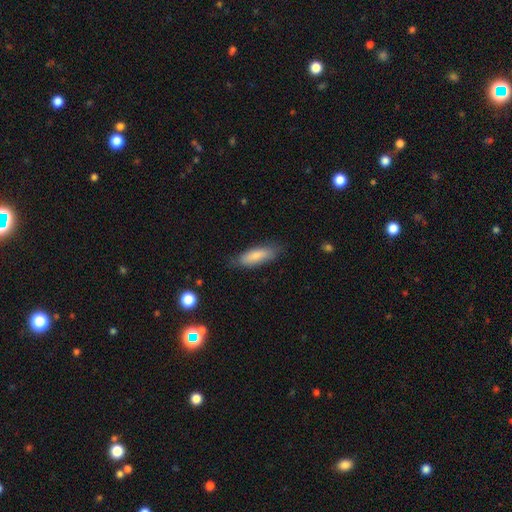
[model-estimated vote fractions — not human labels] Smooth or featured? smooth (80%)
How rounded? in between (59%)
Merging? none (74%)